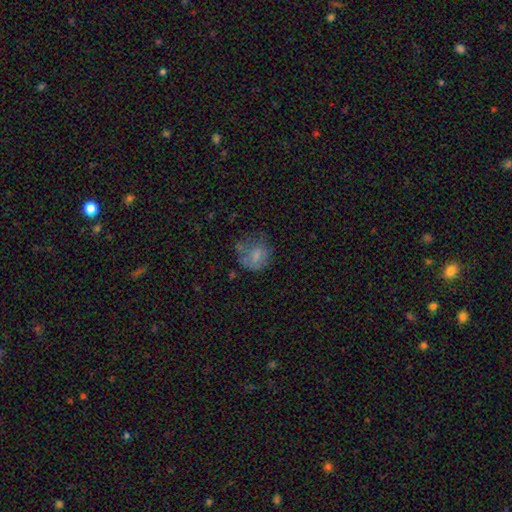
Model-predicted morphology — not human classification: Smooth or featured? Predicted: smooth (p=0.64). How rounded? Predicted: round (p=0.70). Merging? Predicted: none (p=0.41).